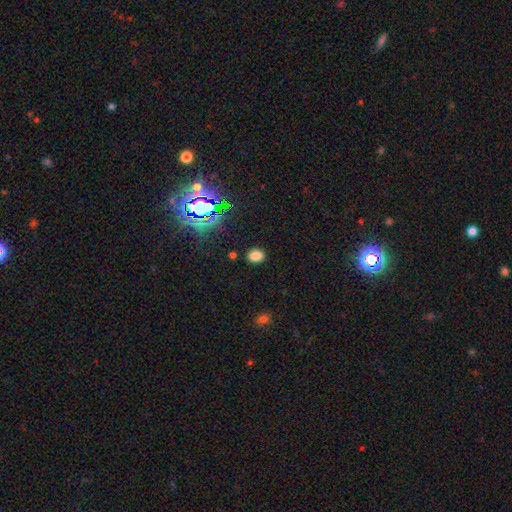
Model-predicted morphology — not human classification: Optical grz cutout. It shows a smooth galaxy with no disk features (78%) that is in between round and cigar-shaped (58%). Merging: none (88%).